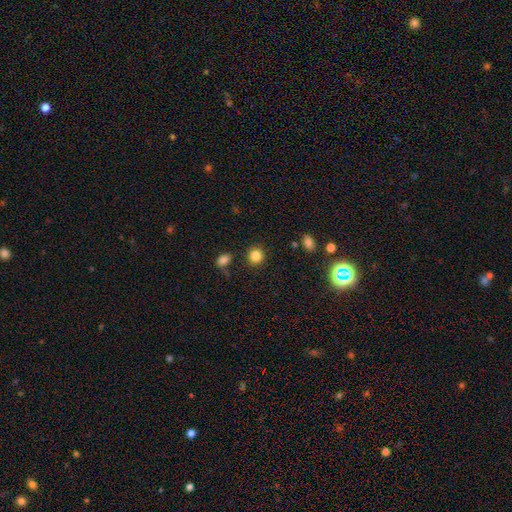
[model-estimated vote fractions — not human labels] A smooth galaxy with no disk features (85%) that is round (87%). Merging: none (86%).